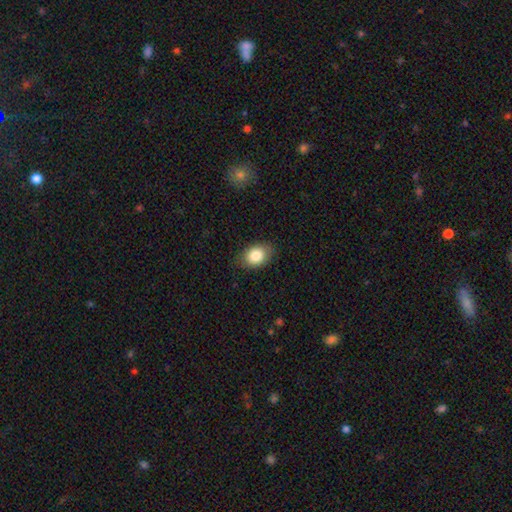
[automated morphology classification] A smooth galaxy with no disk features (84%) that is in between round and cigar-shaped (75%). Merging: none (82%).